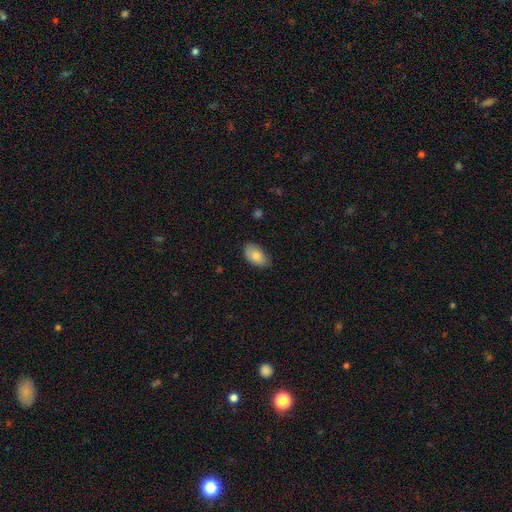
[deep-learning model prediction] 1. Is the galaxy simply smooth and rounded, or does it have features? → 82% smooth, 11% featured or disk, 7% star or artifact.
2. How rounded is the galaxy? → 94% in between, 5% round, 2% cigar-shaped.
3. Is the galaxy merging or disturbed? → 76% none, 20% minor disturbance, 3% major disturbance, 1% merger.